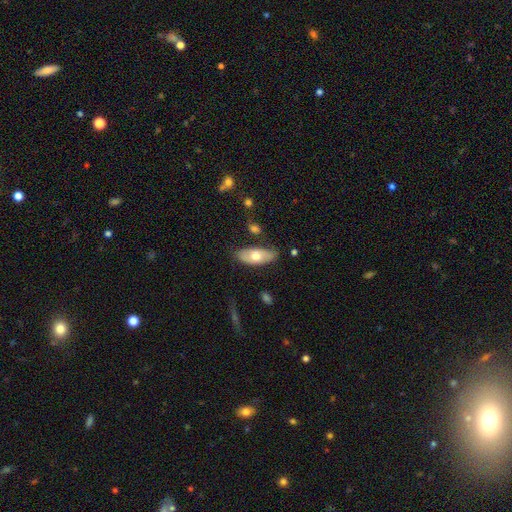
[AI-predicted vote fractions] Smooth or featured?
  - smooth: 61% *
  - featured or disk: 33%
  - star or artifact: 6%
How rounded?
  - in between: 88% *
  - cigar-shaped: 10%
  - round: 3%
Merging?
  - none: 77% *
  - minor disturbance: 17%
  - major disturbance: 3%
  - merger: 3%